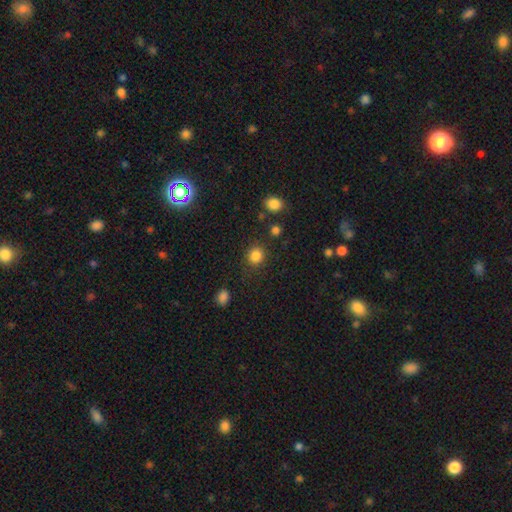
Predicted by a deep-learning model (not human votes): Smooth or featured?
  - smooth: 85% *
  - star or artifact: 11%
  - featured or disk: 4%
How rounded?
  - round: 85% *
  - in between: 14%
  - cigar-shaped: 1%
Merging?
  - none: 84% *
  - minor disturbance: 9%
  - major disturbance: 4%
  - merger: 3%